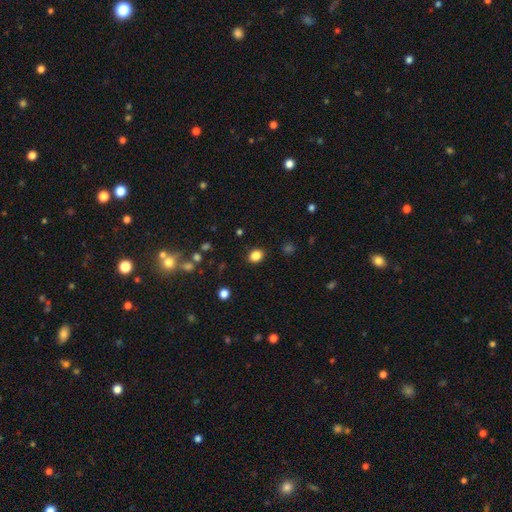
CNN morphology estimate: This is clearly a smooth galaxy (85%). How rounded: possibly round (50%). Merging: clearly none (88%).